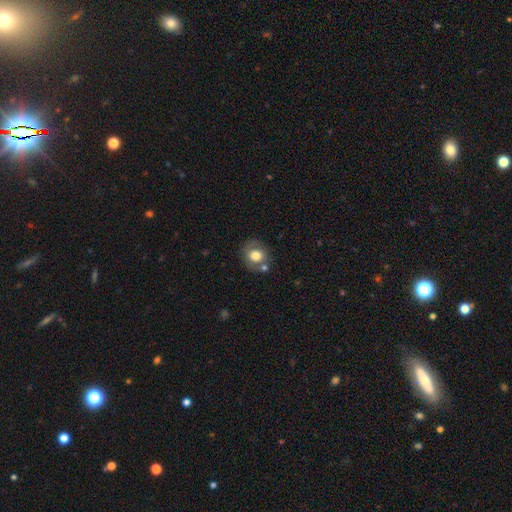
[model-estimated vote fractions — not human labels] Smooth or featured? smooth (72%)
How rounded? round (77%)
Merging? none (68%)